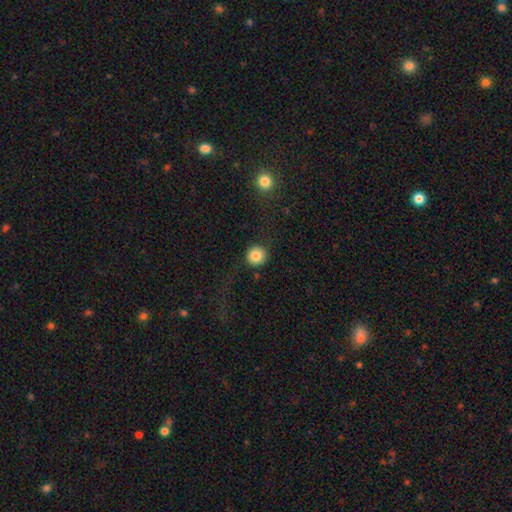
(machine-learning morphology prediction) The model was most divided on "smooth or featured": smooth: 84%, star or artifact: 9%, featured or disk: 7%. More confident: how rounded — round (94%); merging — none (84%).